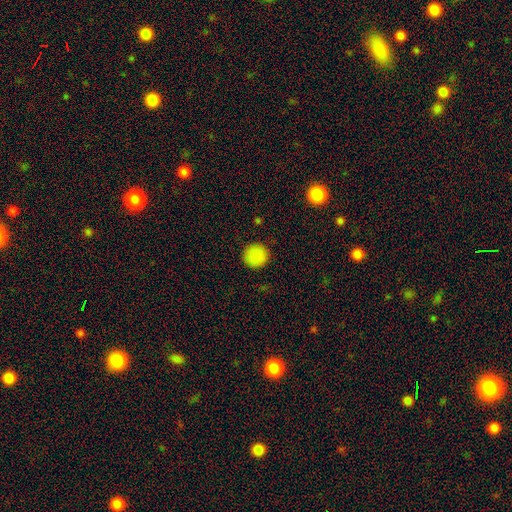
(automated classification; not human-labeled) The model was most divided on "smooth or featured": smooth: 88%, star or artifact: 9%, featured or disk: 3%. More confident: how rounded — round (94%); merging — none (92%).